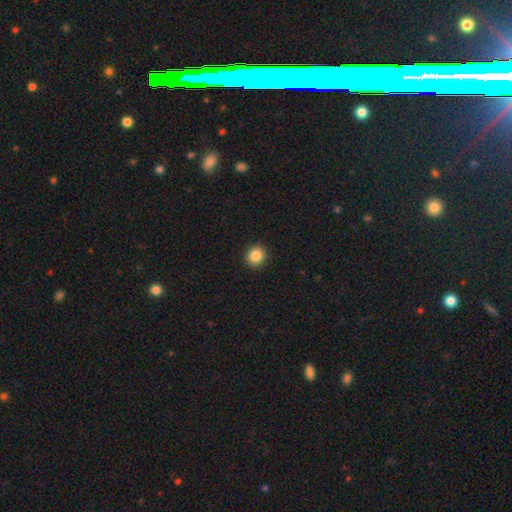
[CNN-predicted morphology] Smooth or featured?
  - smooth: 86% *
  - star or artifact: 10%
  - featured or disk: 4%
How rounded?
  - round: 87% *
  - in between: 12%
  - cigar-shaped: 1%
Merging?
  - none: 92% *
  - minor disturbance: 5%
  - major disturbance: 2%
  - merger: 1%